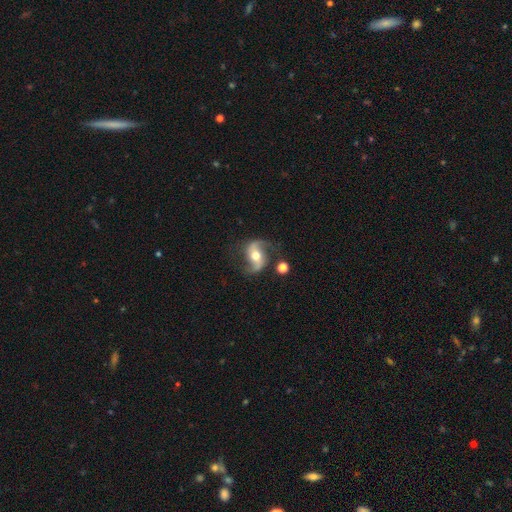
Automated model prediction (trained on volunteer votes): This appears to be a featured or disk galaxy (86%) with no bar (40%), 2 (93%) loose (63%) spiral arms (96%) and a moderate central bulge (72%). Merging: none (71%).